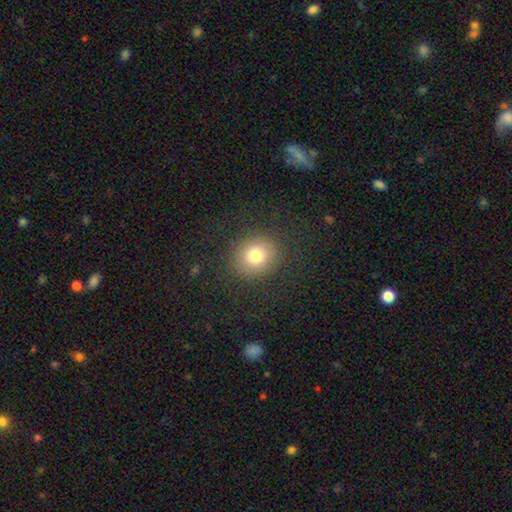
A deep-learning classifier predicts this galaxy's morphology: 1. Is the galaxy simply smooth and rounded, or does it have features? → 77% smooth, 13% star or artifact, 10% featured or disk.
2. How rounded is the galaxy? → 83% round, 16% in between, 1% cigar-shaped.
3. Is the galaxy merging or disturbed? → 86% none, 8% minor disturbance, 5% major disturbance, 1% merger.